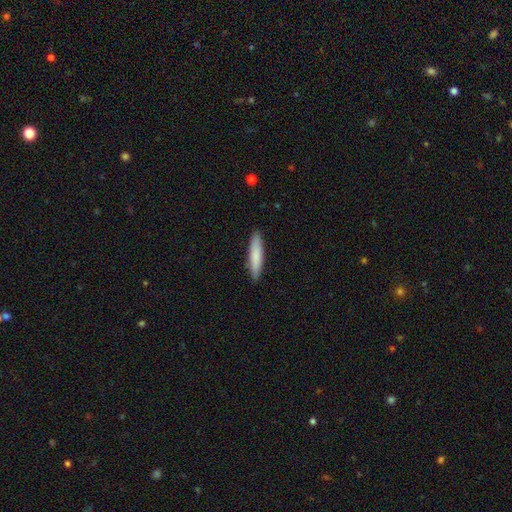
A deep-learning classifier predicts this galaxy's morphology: Q: Smooth or featured?
A: smooth (80%); runner-up: featured or disk (14%)
Q: How rounded?
A: cigar-shaped (86%); runner-up: in between (13%)
Q: Merging?
A: none (90%); runner-up: minor disturbance (7%)